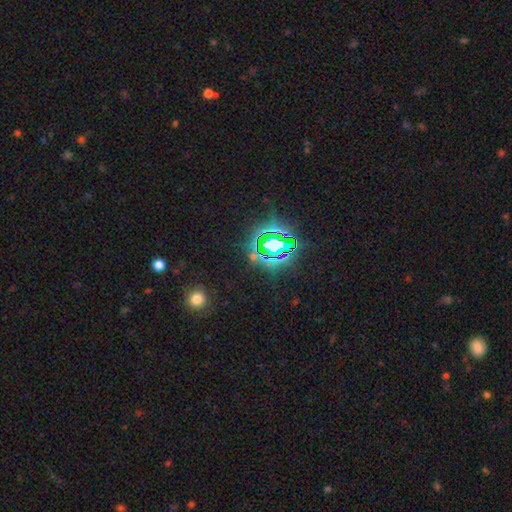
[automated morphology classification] A star or artifact, not a galaxy (78%).